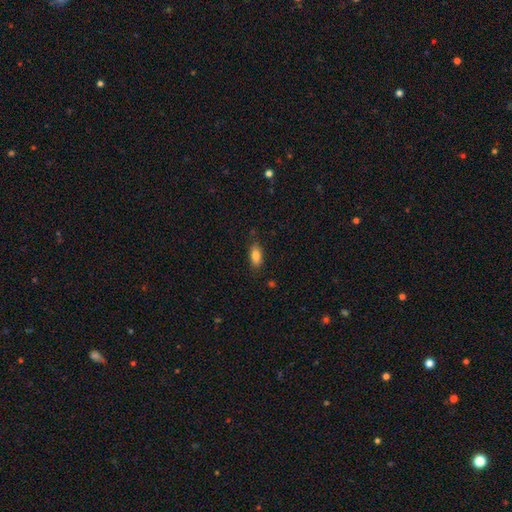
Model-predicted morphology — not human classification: Smooth or featured?
  - smooth: 84% *
  - star or artifact: 8%
  - featured or disk: 8%
How rounded?
  - in between: 87% *
  - cigar-shaped: 9%
  - round: 4%
Merging?
  - none: 82% *
  - minor disturbance: 13%
  - major disturbance: 3%
  - merger: 1%